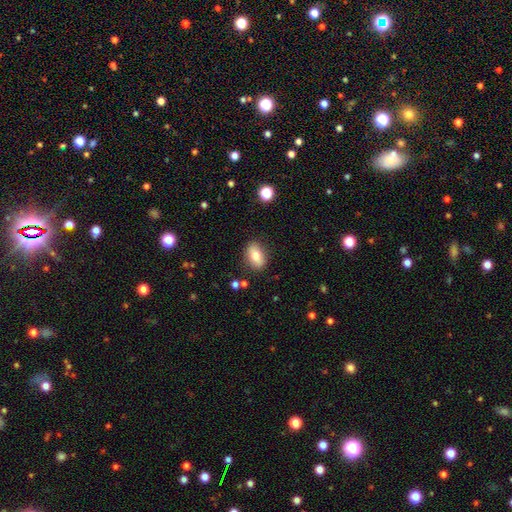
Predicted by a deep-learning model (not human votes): Smooth or featured? Predicted: smooth (p=0.74). How rounded? Predicted: in between (p=0.84). Merging? Predicted: none (p=0.84).